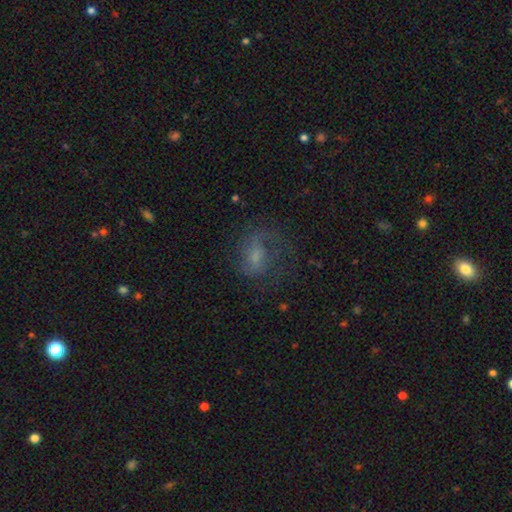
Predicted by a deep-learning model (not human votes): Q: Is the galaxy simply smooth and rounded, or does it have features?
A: featured or disk — 52%.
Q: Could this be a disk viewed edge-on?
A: no — 97%.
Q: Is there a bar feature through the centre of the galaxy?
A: no — 46%.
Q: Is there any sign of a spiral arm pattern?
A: yes — 76%.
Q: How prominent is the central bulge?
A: small — 39%.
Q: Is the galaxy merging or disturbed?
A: none — 50%.